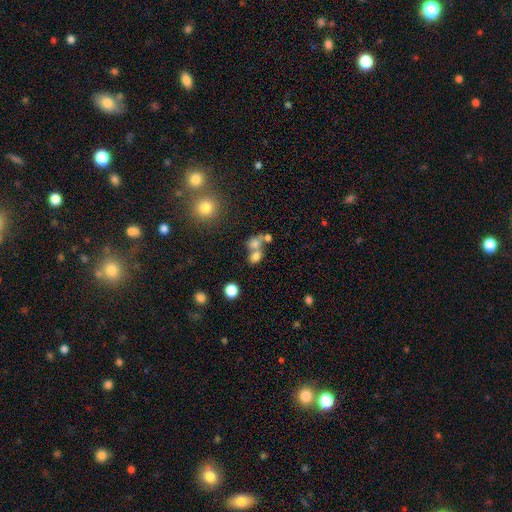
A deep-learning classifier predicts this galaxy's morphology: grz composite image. It shows a smooth galaxy with no disk features (73%) that is in between round and cigar-shaped (53%). Merging: merger (53%).